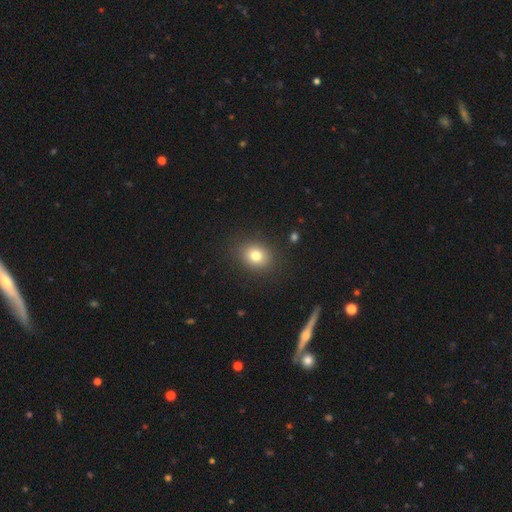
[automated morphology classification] Overall: smooth (79%). How rounded: round (58%; in between 41%). Merging: none (88%).